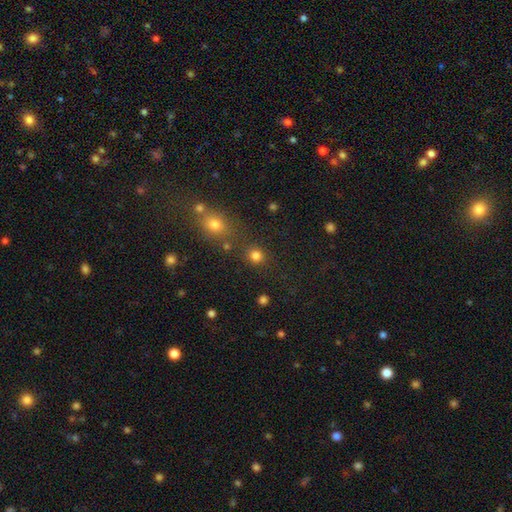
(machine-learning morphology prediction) smooth-or-featured: smooth: 81% | star or artifact: 15% | featured or disk: 5%
  how-rounded: round: 88% | in between: 11% | cigar-shaped: 1%
  merging: none: 82% | merger: 8% | minor disturbance: 7% | major disturbance: 3%